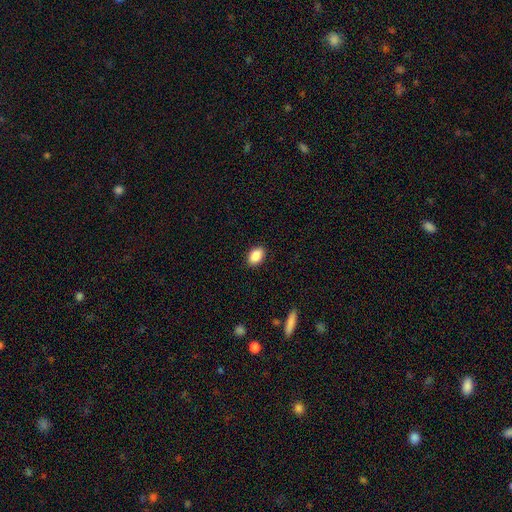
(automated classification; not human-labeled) Smooth or featured: smooth — 89% (star or artifact — 7%)
How rounded: in between — 86% (round — 13%)
Merging: none — 89% (minor disturbance — 8%)